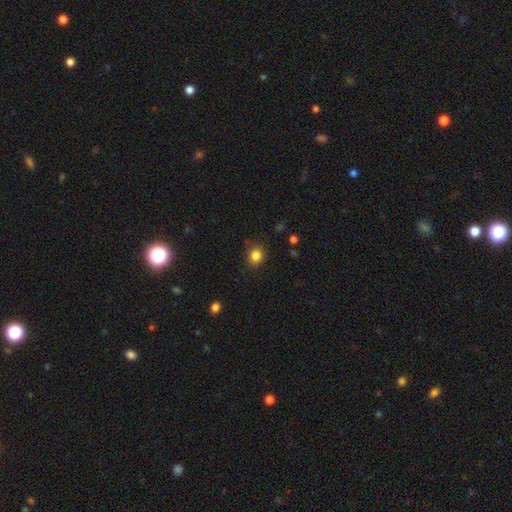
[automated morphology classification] smooth-or-featured: smooth: 83% | star or artifact: 12% | featured or disk: 5%
  how-rounded: round: 75% | in between: 24% | cigar-shaped: 1%
  merging: none: 84% | minor disturbance: 11% | major disturbance: 3% | merger: 2%